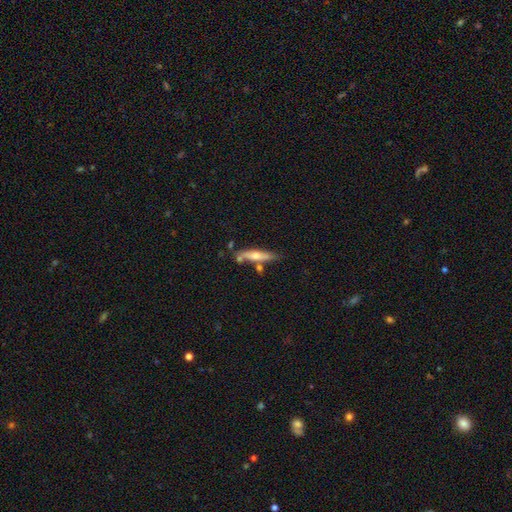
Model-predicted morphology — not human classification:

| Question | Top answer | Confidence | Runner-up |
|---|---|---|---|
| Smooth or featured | featured or disk | 51% | smooth (43%) |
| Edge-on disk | yes | 89% | no (11%) |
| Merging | none | 65% | minor disturbance (17%) |